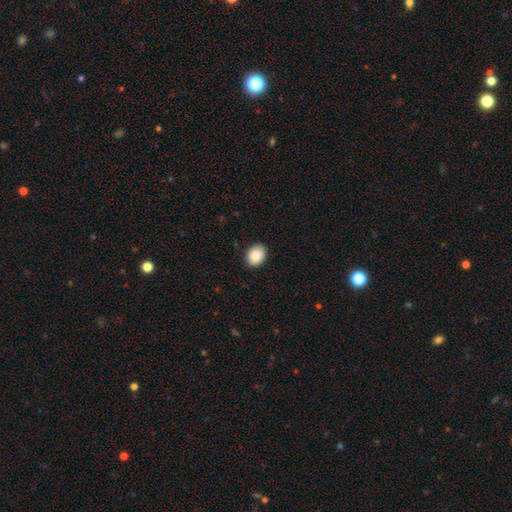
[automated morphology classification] Smooth or featured: smooth — 89% (star or artifact — 8%)
How rounded: in between — 59% (round — 40%)
Merging: none — 90% (minor disturbance — 8%)